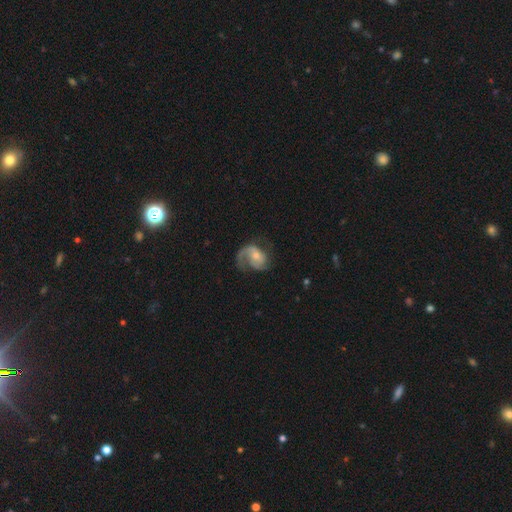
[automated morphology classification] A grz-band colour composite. It shows a featured or disk galaxy (78%) with no bar (68%), 2 (50%) medium (44%) spiral arms (93%) and a small central bulge (50%). Merging: none (51%).